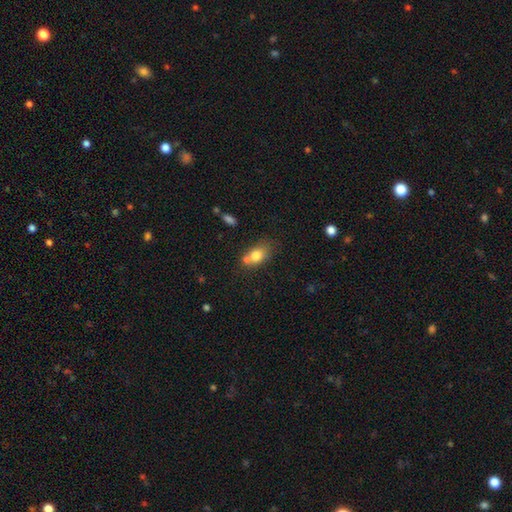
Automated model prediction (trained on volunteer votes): Smooth or featured? smooth (76%)
How rounded? in between (70%)
Merging? none (42%)